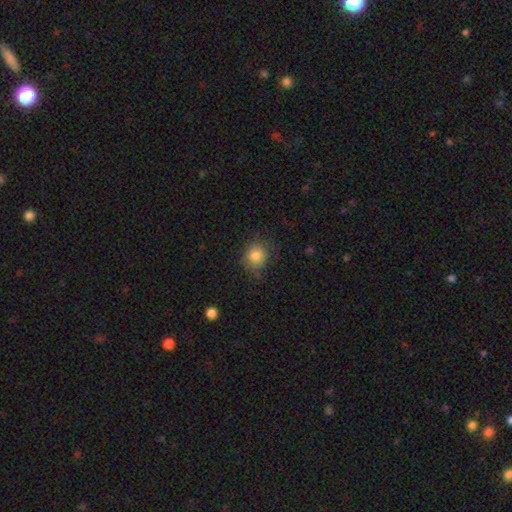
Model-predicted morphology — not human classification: This is clearly a smooth galaxy (82%). How rounded: clearly round (80%). Merging: likely none (70%).